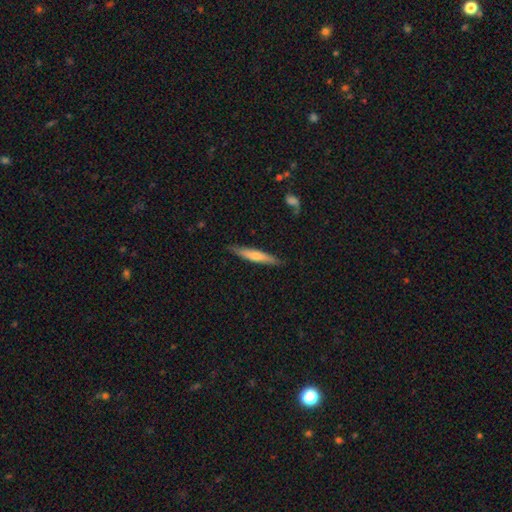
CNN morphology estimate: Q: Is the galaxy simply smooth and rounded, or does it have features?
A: smooth — 57%.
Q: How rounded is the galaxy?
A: cigar-shaped — 90%.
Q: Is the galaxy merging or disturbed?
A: none — 84%.